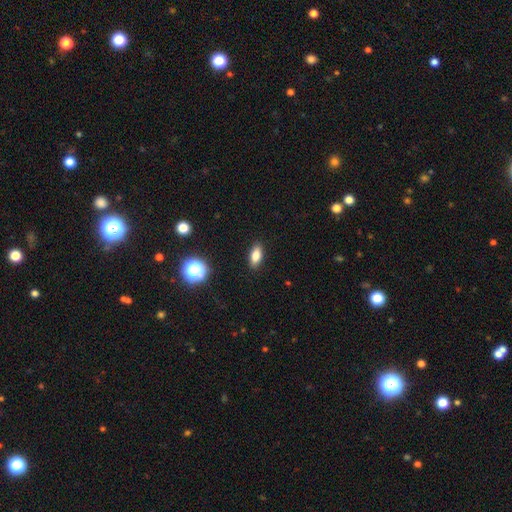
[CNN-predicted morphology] Smooth or featured? smooth (81%)
How rounded? in between (82%)
Merging? none (89%)